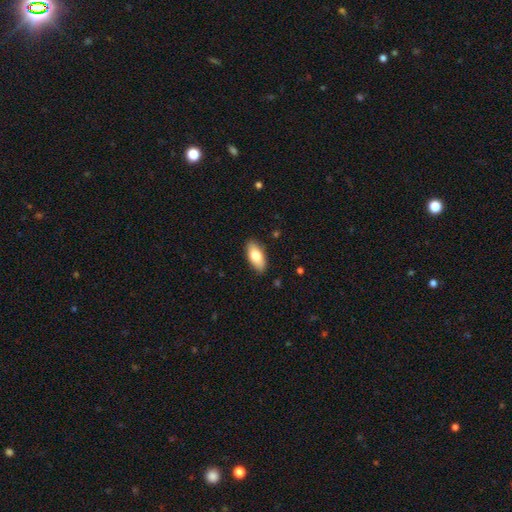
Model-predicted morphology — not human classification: This is likely a smooth galaxy (77%). How rounded: clearly in between (89%). Merging: clearly none (88%).